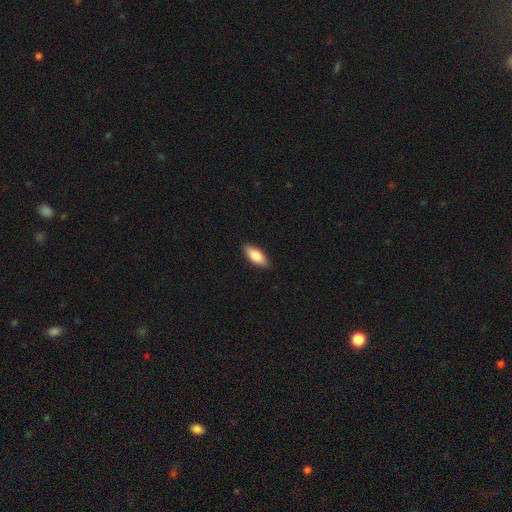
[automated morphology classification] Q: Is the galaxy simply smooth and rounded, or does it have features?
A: smooth — 80%.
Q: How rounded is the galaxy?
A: in between — 78%.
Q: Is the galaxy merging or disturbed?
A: none — 88%.